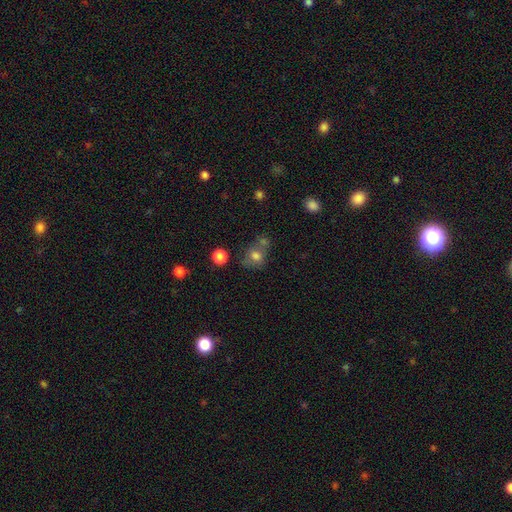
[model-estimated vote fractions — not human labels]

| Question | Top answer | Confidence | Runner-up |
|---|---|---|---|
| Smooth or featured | smooth | 71% | featured or disk (15%) |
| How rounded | round | 56% | in between (42%) |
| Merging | none | 44% | merger (29%) |